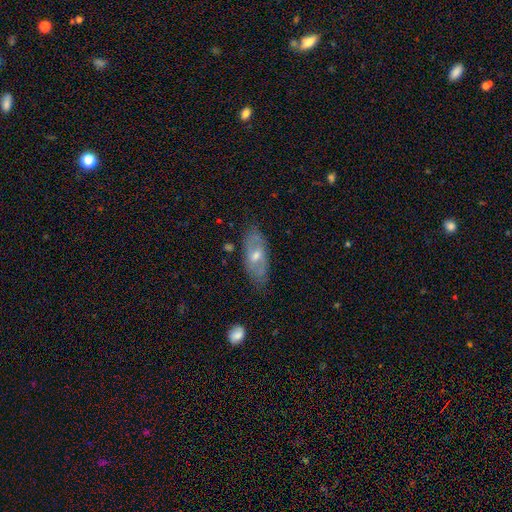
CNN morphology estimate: type=featured or disk (54%); edge-on=no (80%); merging=none (77%).